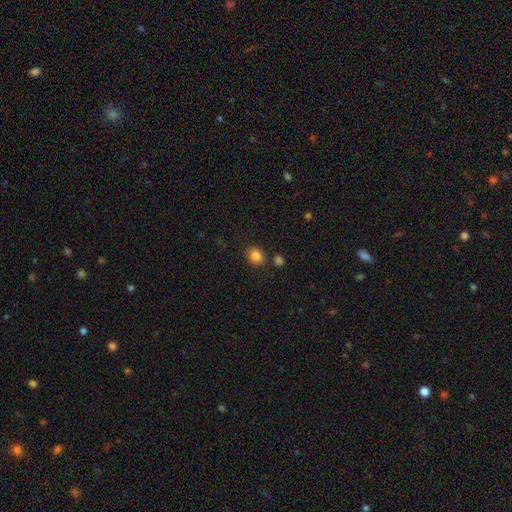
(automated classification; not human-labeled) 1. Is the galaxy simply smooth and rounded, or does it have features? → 84% smooth, 11% star or artifact, 5% featured or disk.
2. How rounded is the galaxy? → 59% round, 41% in between, 1% cigar-shaped.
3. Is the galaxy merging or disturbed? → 82% none, 9% minor disturbance, 6% merger, 3% major disturbance.